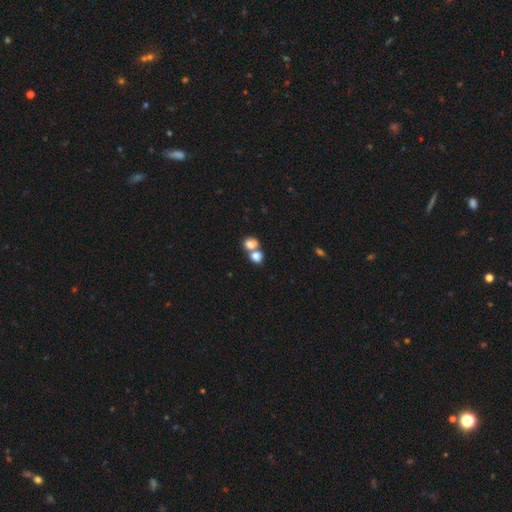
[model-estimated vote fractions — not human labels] Smooth or featured? Predicted: smooth (p=0.80). How rounded? Predicted: round (p=0.54). Merging? Predicted: merger (p=0.63).